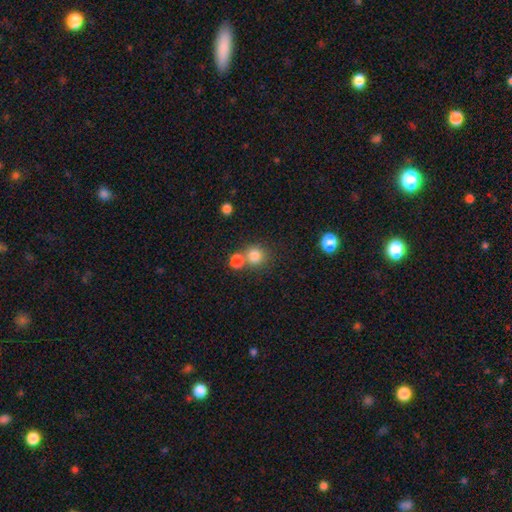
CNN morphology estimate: Q: Smooth or featured?
A: smooth (81%); runner-up: star or artifact (12%)
Q: How rounded?
A: round (86%); runner-up: in between (13%)
Q: Merging?
A: none (56%); runner-up: merger (33%)